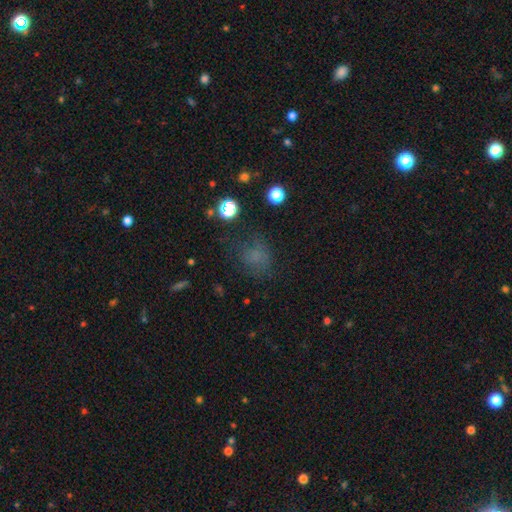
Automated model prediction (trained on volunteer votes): A smooth galaxy with no disk features (61%) that is round (63%).

Vote fractions:
- Smooth or featured? smooth: 61% / star or artifact: 27% / featured or disk: 12%
- How rounded? round: 63% / in between: 35% / cigar-shaped: 1%
- Merging? none: 61% / minor disturbance: 20% / major disturbance: 16% / merger: 3%